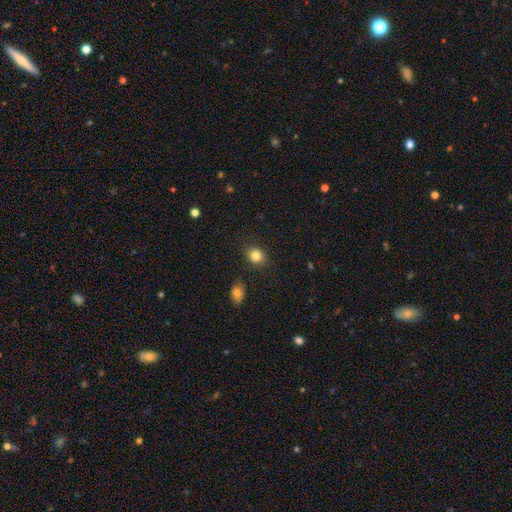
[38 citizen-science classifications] Volunteers were most divided on "how rounded": round: 60%, in between: 40%, cigar-shaped: 0%. More confident: smooth or featured — smooth (92%); merging — none (78%).